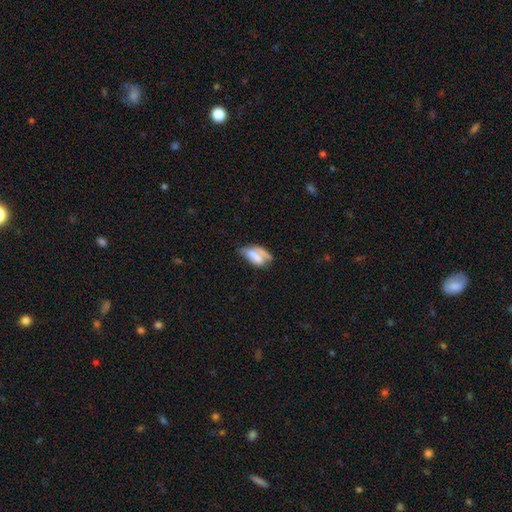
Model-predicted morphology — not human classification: Smooth or featured?
  - smooth: 59% *
  - featured or disk: 32%
  - star or artifact: 9%
How rounded?
  - in between: 77% *
  - cigar-shaped: 18%
  - round: 5%
Merging?
  - none: 38% *
  - minor disturbance: 25%
  - merger: 19%
  - major disturbance: 18%